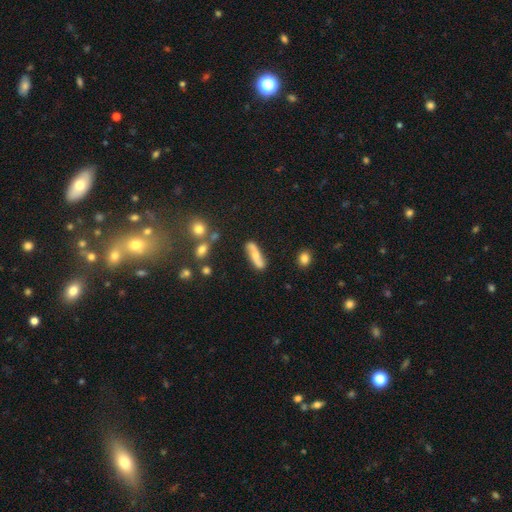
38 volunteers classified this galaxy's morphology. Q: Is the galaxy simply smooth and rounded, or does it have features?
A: featured or disk — 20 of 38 (53%).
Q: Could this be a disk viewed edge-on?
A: no — 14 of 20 (70%).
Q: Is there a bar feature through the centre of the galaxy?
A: no — 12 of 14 (86%).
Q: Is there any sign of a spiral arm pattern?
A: yes — 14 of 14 (100%).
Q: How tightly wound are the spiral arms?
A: loose — 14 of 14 (100%).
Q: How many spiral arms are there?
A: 2 — 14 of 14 (100%).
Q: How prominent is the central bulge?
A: moderate — 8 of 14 (57%).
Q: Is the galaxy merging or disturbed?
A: none — 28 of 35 (80%).